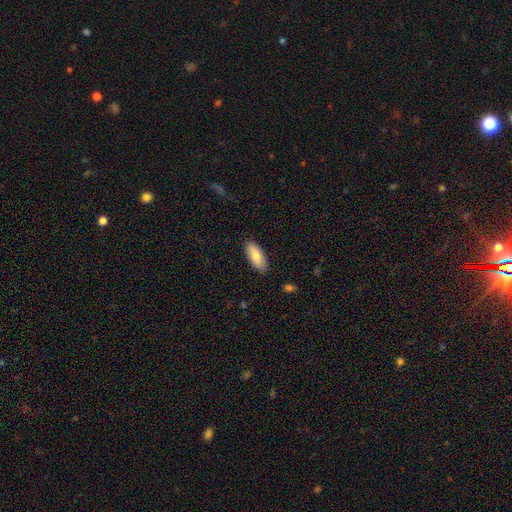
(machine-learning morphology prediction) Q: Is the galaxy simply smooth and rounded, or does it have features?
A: smooth — 78%.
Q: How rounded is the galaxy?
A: in between — 83%.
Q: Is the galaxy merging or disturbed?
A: none — 88%.